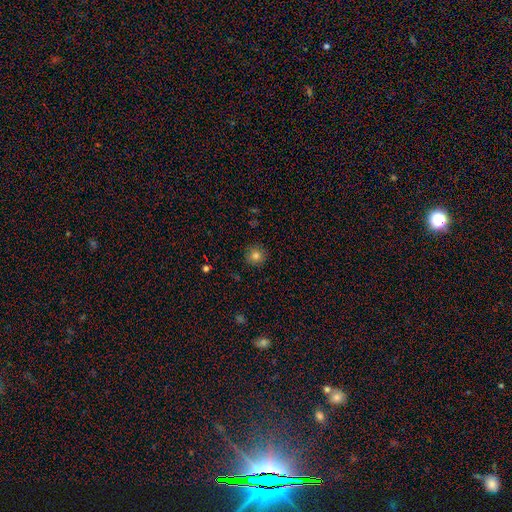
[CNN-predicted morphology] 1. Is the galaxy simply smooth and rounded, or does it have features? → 81% smooth, 13% star or artifact, 7% featured or disk.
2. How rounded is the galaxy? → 94% round, 5% in between, 1% cigar-shaped.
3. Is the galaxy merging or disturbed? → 91% none, 6% minor disturbance, 2% major disturbance, 1% merger.